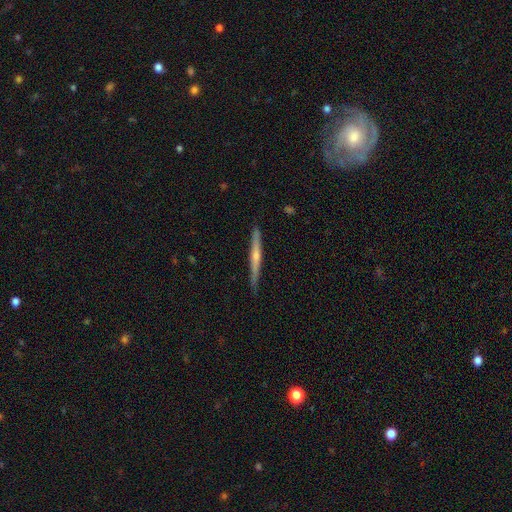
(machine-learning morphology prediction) Smooth or featured?
  - featured or disk: 72% *
  - smooth: 21%
  - star or artifact: 7%
Edge-on disk?
  - yes: 95% *
  - no: 5%
Edge-on bulge?
  - rounded: 70% *
  - none: 22%
  - boxy: 7%
Merging?
  - none: 89% *
  - minor disturbance: 8%
  - major disturbance: 2%
  - merger: 1%